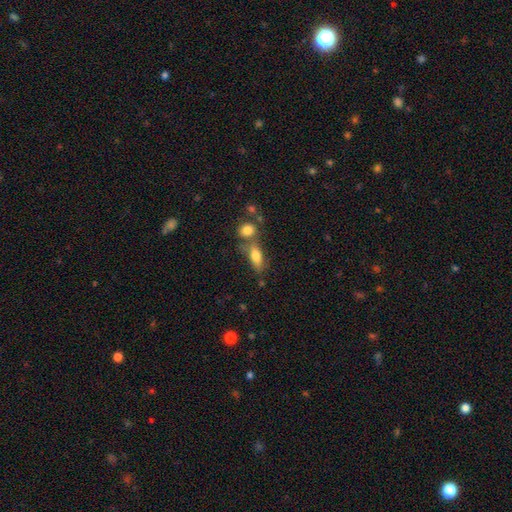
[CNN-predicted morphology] Overall: smooth (78%). How rounded: in between (74%). Merging: none (51%; merger 28%).